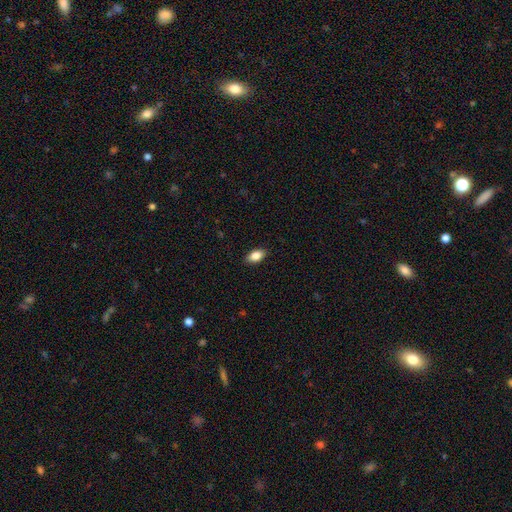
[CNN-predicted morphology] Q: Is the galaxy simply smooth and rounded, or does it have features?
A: smooth — 85%.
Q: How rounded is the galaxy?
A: in between — 91%.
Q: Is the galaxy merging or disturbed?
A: none — 89%.